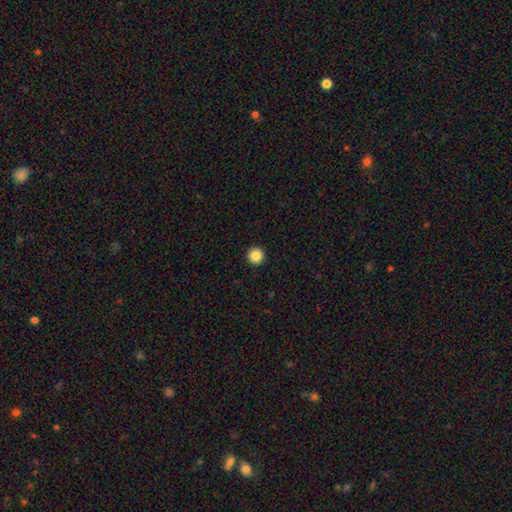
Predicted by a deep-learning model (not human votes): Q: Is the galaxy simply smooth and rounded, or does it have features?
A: smooth — 86%.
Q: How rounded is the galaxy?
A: round — 96%.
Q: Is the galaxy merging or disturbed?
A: none — 94%.